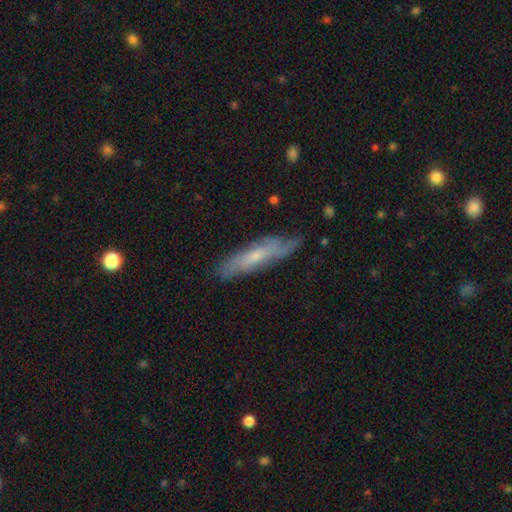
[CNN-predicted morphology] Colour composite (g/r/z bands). It shows a featured or disk galaxy (55%) viewed edge-on (53%). Merging: none (73%).